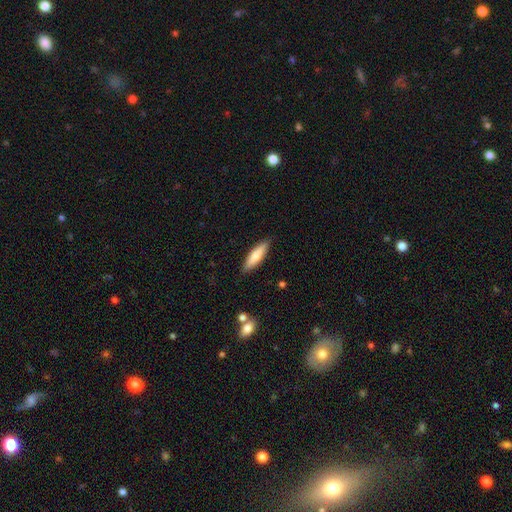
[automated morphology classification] This is likely a smooth galaxy (74%). How rounded: likely cigar-shaped (64%). Merging: clearly none (88%).